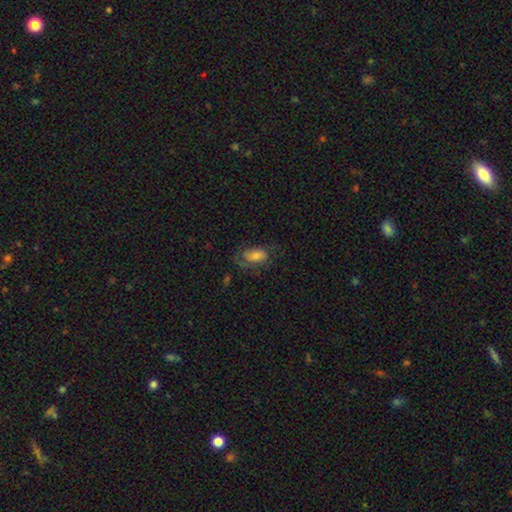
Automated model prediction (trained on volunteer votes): Overall: smooth (54%; featured or disk 36%). How rounded: in between (88%). Merging: none (54%; minor disturbance 23%).